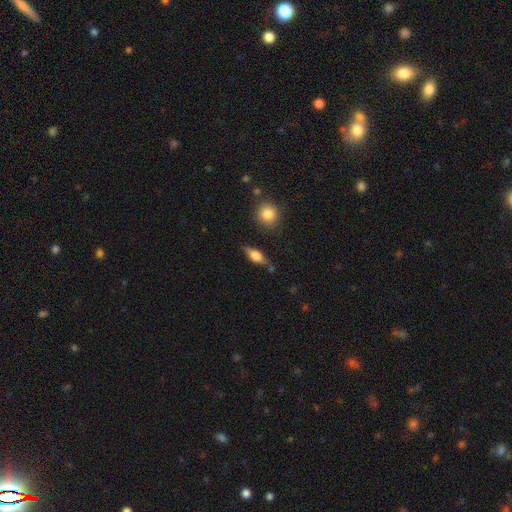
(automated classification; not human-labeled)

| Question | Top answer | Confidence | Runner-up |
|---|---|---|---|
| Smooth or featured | featured or disk | 50% | smooth (42%) |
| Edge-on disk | yes | 91% | no (9%) |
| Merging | none | 76% | minor disturbance (16%) |